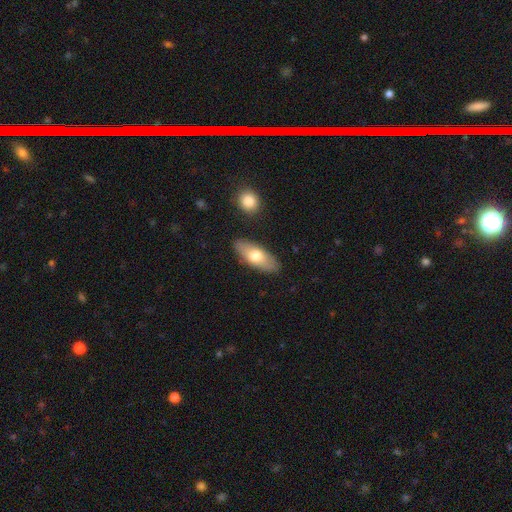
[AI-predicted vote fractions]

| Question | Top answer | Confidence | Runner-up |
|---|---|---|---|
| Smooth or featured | smooth | 66% | featured or disk (29%) |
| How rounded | in between | 79% | cigar-shaped (18%) |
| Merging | none | 86% | minor disturbance (10%) |